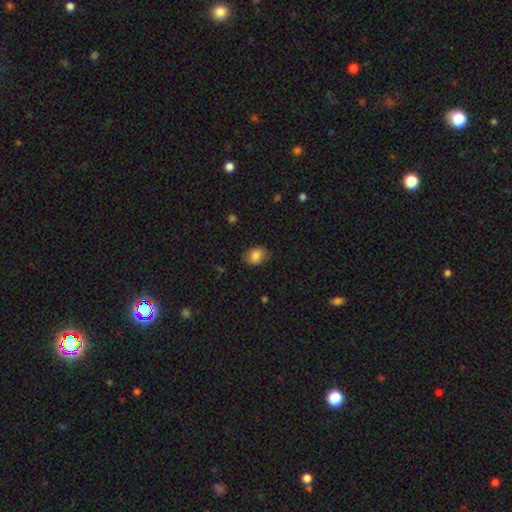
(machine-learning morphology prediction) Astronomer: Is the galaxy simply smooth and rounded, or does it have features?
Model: smooth — 83%.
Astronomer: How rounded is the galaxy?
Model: in between — 57% (runner-up: round, 42%).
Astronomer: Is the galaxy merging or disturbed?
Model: none — 76%.